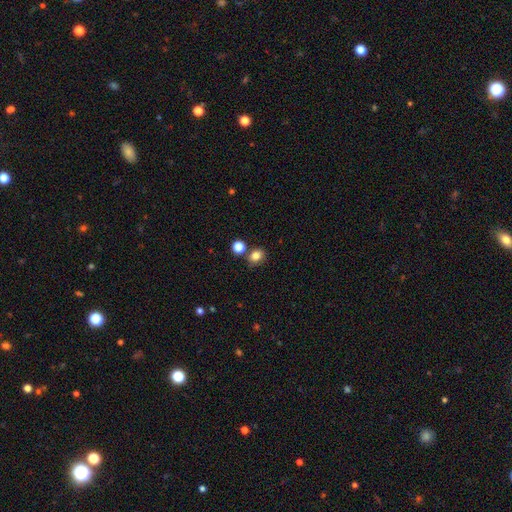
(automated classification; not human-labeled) A smooth galaxy with no disk features (81%) that is round (66%). Merging: none (73%).